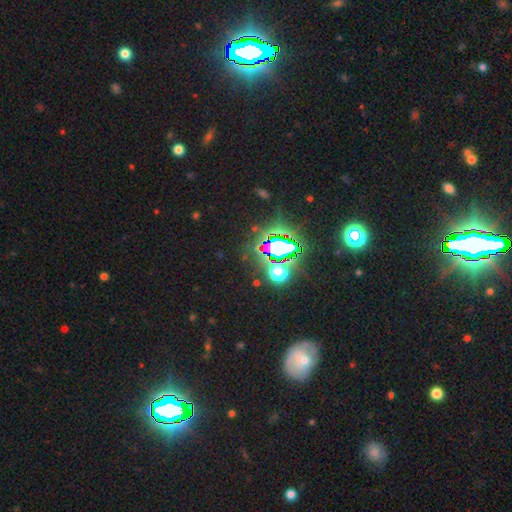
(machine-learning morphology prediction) This is likely a star or artifact rather than a galaxy (79%).